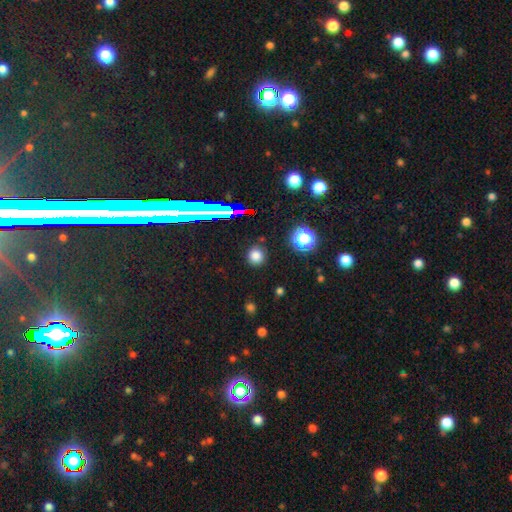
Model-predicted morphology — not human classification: Smooth or featured: smooth — 74% (star or artifact — 21%)
How rounded: round — 91% (in between — 8%)
Merging: none — 88% (minor disturbance — 7%)